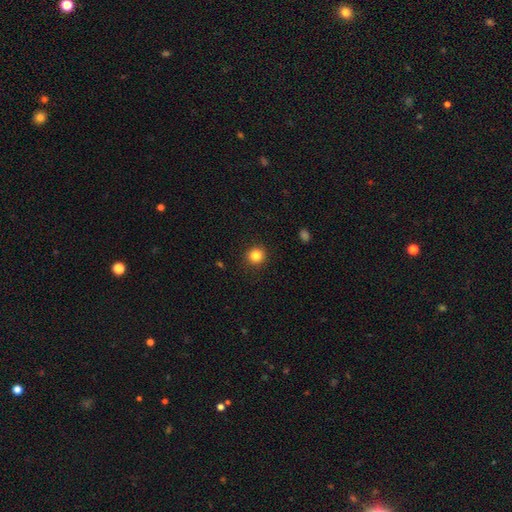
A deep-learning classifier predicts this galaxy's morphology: type=smooth (83%); roundness=round (90%); merging=none (91%).